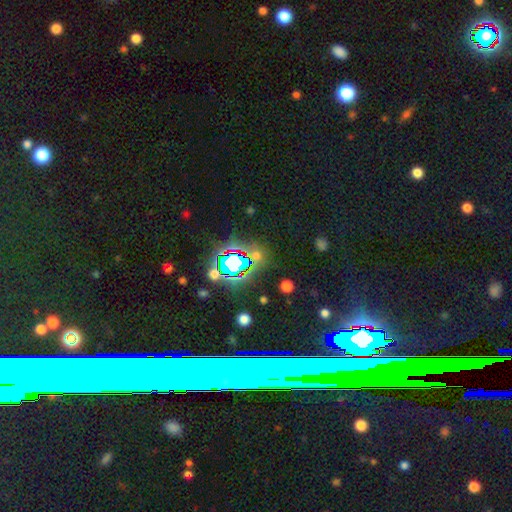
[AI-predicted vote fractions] Morphology: type=star or artifact (57%).